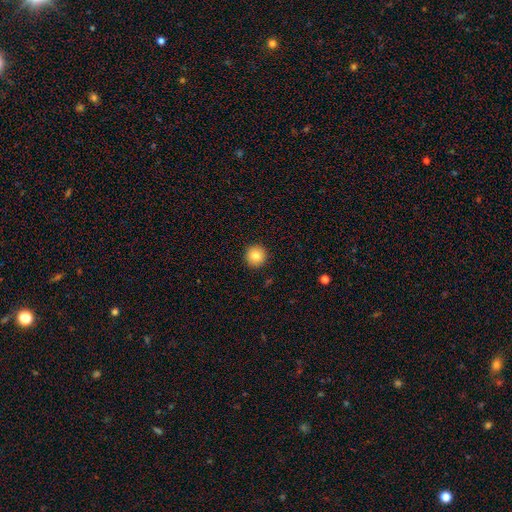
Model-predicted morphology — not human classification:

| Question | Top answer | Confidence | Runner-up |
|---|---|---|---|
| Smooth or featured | smooth | 84% | star or artifact (9%) |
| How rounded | round | 95% | in between (4%) |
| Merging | none | 93% | minor disturbance (5%) |